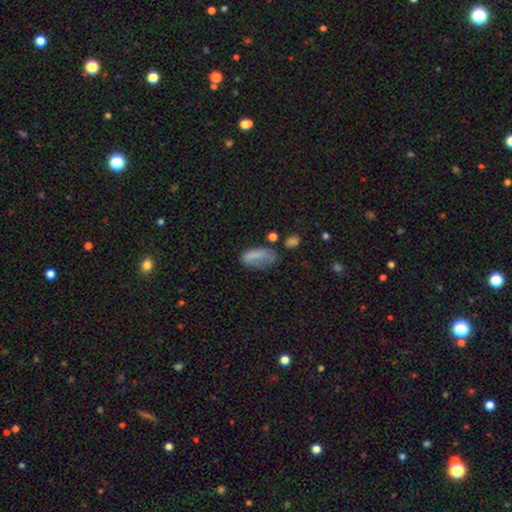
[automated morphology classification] Overall: smooth (74%). How rounded: in between (86%). Merging: none (37%; minor disturbance 32%).